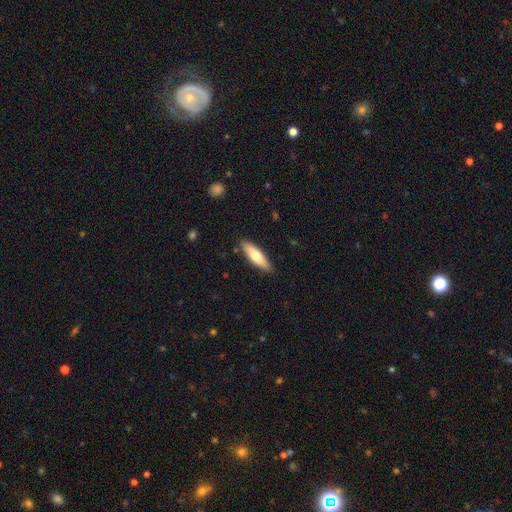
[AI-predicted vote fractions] Overall: smooth (67%; featured or disk 27%). How rounded: cigar-shaped (50%; in between 49%). Merging: none (88%).